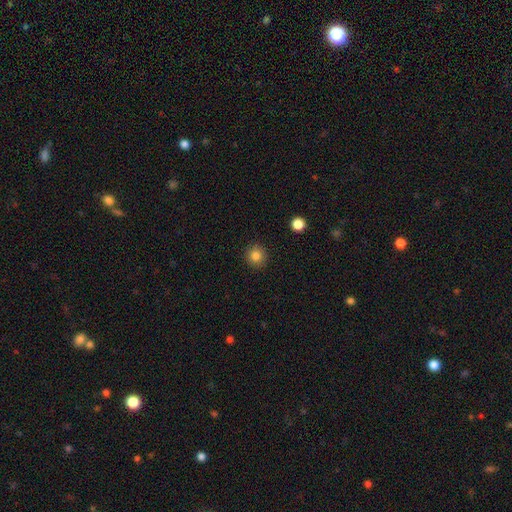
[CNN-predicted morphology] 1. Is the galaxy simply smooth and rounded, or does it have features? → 83% smooth, 11% star or artifact, 6% featured or disk.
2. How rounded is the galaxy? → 91% round, 8% in between, 1% cigar-shaped.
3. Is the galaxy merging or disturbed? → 91% none, 6% minor disturbance, 2% major disturbance, 1% merger.